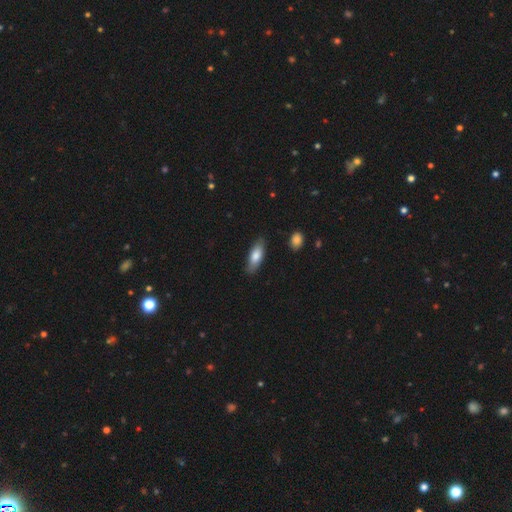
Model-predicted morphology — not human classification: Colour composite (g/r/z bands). It shows a smooth galaxy with no disk features (77%) that is in between round and cigar-shaped (67%). Merging: none (83%).